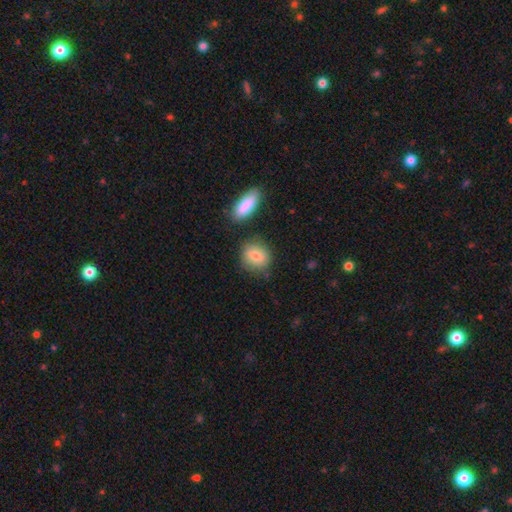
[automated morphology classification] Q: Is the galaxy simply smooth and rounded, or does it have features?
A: smooth — 82%.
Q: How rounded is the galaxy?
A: round — 66%.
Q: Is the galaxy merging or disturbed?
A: none — 74%.